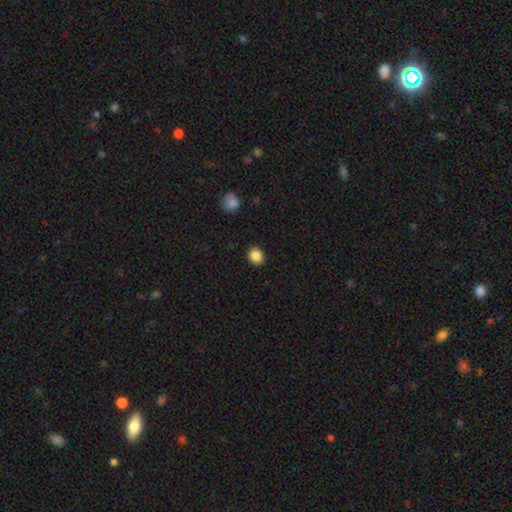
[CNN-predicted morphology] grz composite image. It shows a smooth galaxy with no disk features (86%) that is round (74%). Merging: none (91%).